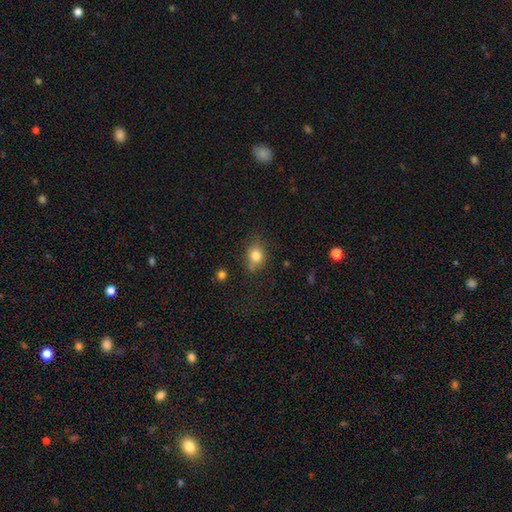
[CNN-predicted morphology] Smooth or featured?
  - smooth: 81% *
  - star or artifact: 11%
  - featured or disk: 8%
How rounded?
  - round: 57% *
  - in between: 42%
  - cigar-shaped: 1%
Merging?
  - none: 68% *
  - minor disturbance: 20%
  - merger: 7%
  - major disturbance: 5%